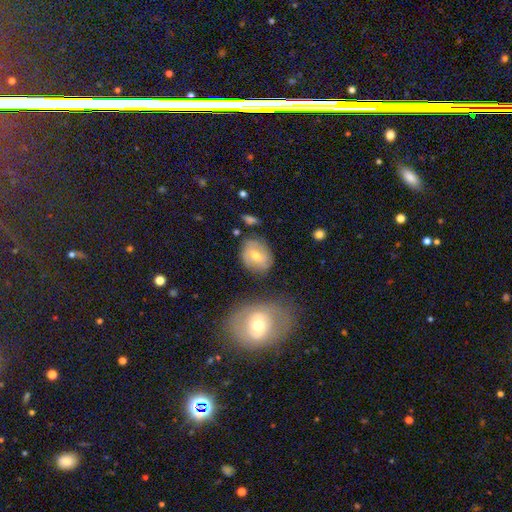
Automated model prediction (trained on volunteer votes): The model was most divided on "smooth or featured": featured or disk: 46%, smooth: 45%, star or artifact: 9%. More confident: merging — none (72%).